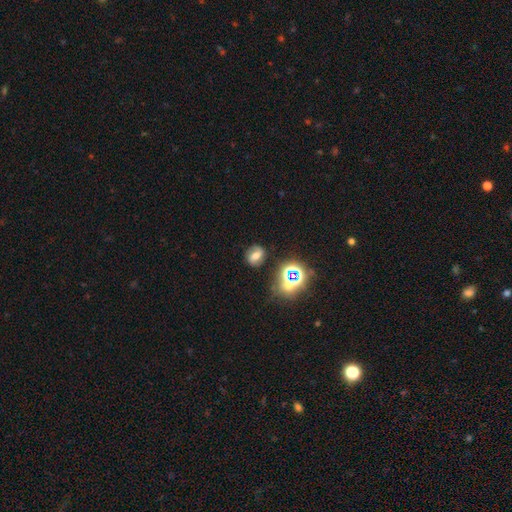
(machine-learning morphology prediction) A smooth galaxy with no disk features (40%).

Vote fractions:
- Smooth or featured? smooth: 40% / featured or disk: 37% / star or artifact: 23%
- Merging? none: 78% / minor disturbance: 14% / major disturbance: 5% / merger: 3%